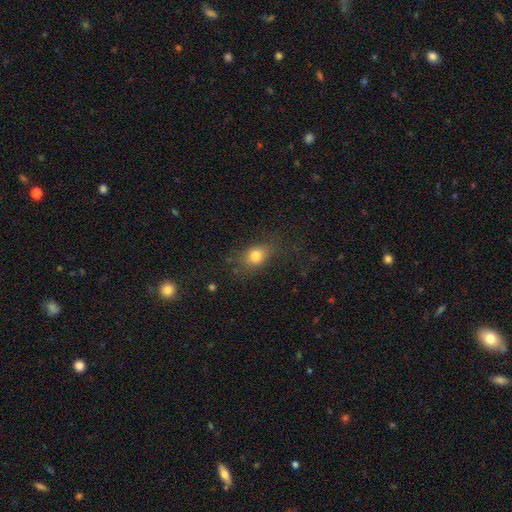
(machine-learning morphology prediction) Smooth or featured? Predicted: smooth (p=0.78). How rounded? Predicted: in between (p=0.57). Merging? Predicted: none (p=0.70).